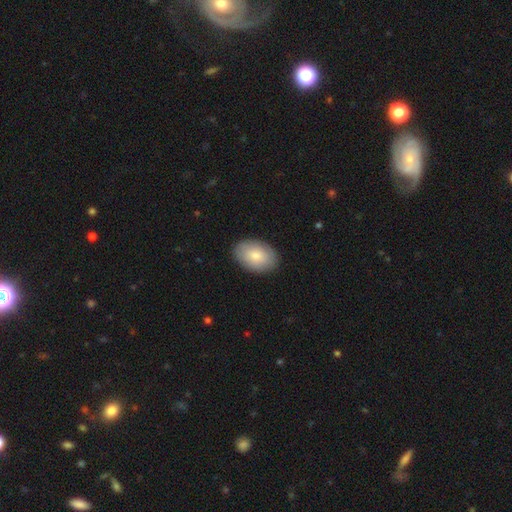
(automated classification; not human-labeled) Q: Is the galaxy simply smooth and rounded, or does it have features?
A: smooth — 80%.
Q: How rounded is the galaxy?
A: in between — 88%.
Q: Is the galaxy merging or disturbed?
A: none — 87%.